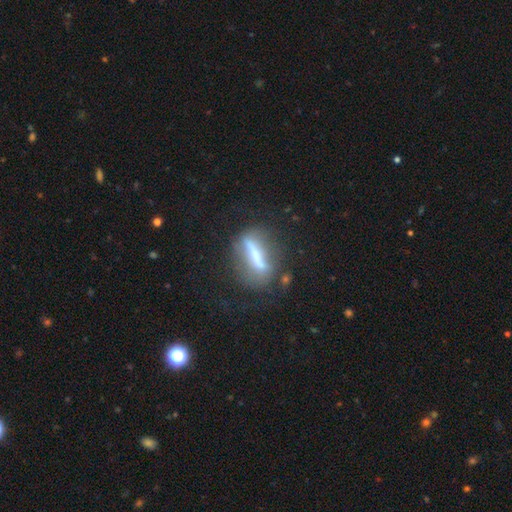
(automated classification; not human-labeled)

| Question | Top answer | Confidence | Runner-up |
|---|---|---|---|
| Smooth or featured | featured or disk | 55% | smooth (35%) |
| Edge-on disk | no | 59% | yes (41%) |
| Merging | none | 64% | minor disturbance (18%) |